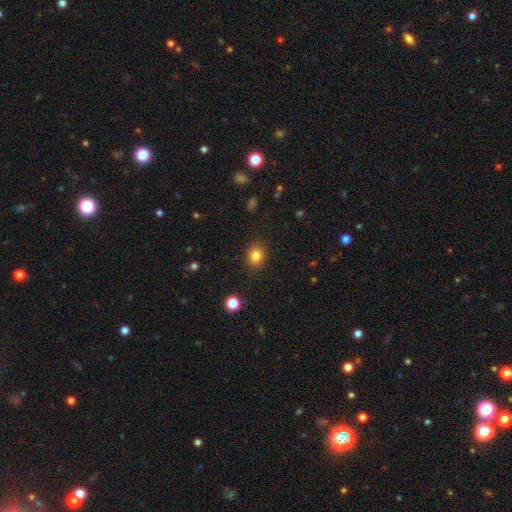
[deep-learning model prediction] smooth-or-featured: smooth: 82% | star or artifact: 12% | featured or disk: 6%
  how-rounded: round: 64% | in between: 35% | cigar-shaped: 1%
  merging: none: 88% | minor disturbance: 8% | major disturbance: 2% | merger: 1%